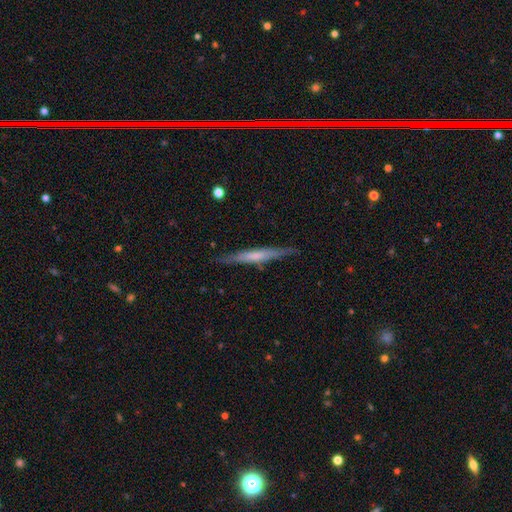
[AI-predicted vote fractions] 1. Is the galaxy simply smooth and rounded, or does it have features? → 54% featured or disk, 40% smooth, 6% star or artifact.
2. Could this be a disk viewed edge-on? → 96% yes, 4% no.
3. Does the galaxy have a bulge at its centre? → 55% none, 24% rounded, 21% boxy.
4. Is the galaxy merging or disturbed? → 86% none, 10% minor disturbance, 2% major disturbance, 1% merger.